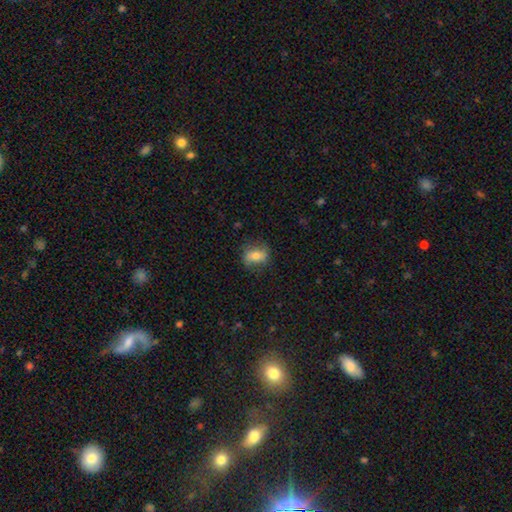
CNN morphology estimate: Overall: smooth (64%; featured or disk 27%). How rounded: in between (61%; round 36%). Merging: none (75%).